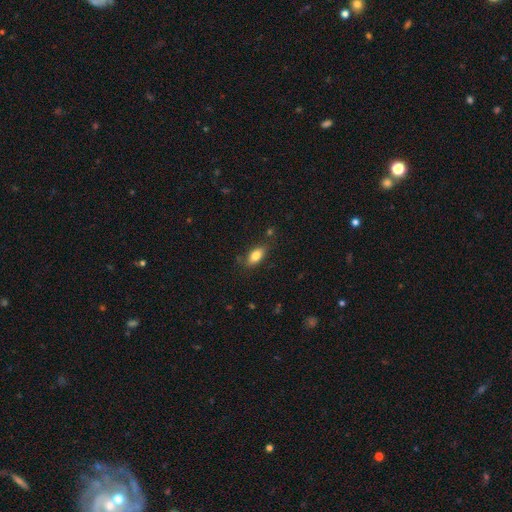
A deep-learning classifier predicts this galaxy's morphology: smooth-or-featured: smooth: 79% | featured or disk: 13% | star or artifact: 8%
  how-rounded: in between: 86% | cigar-shaped: 10% | round: 4%
  merging: none: 77% | minor disturbance: 17% | major disturbance: 4% | merger: 3%